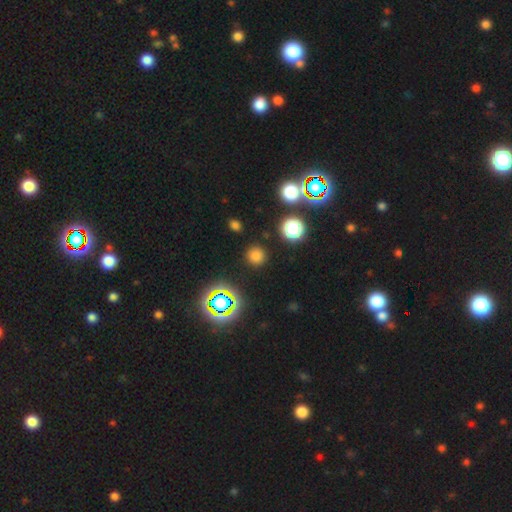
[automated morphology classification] smooth 72%, star or artifact 23%, featured or disk 6%. Down the decision tree: how rounded — round (93%); merging — none (89%).